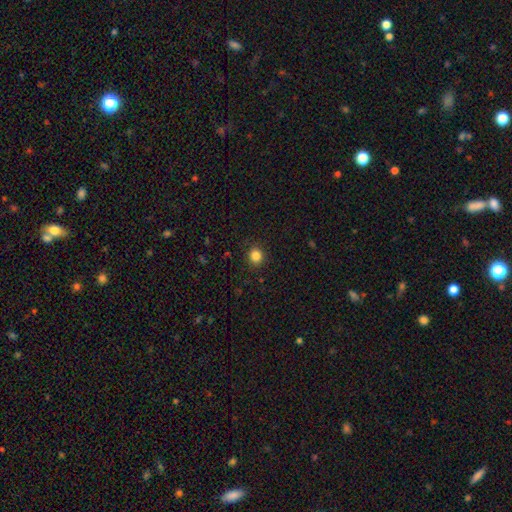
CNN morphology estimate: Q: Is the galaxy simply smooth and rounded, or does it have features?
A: smooth — 85%.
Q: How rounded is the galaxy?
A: round — 84%.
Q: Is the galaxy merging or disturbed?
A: none — 90%.